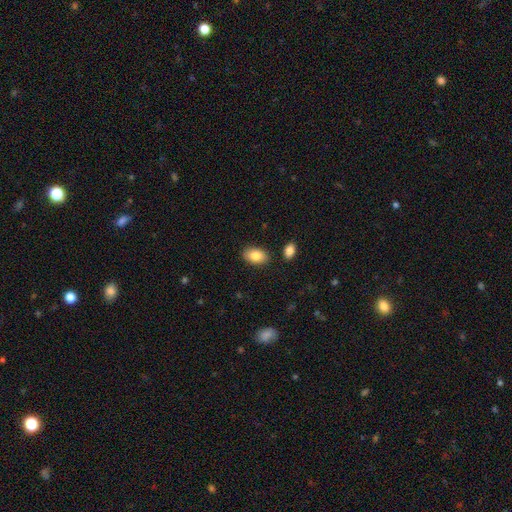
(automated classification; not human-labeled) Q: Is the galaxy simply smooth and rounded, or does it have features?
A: smooth — 84%.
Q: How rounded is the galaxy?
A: in between — 92%.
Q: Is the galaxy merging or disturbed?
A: none — 85%.